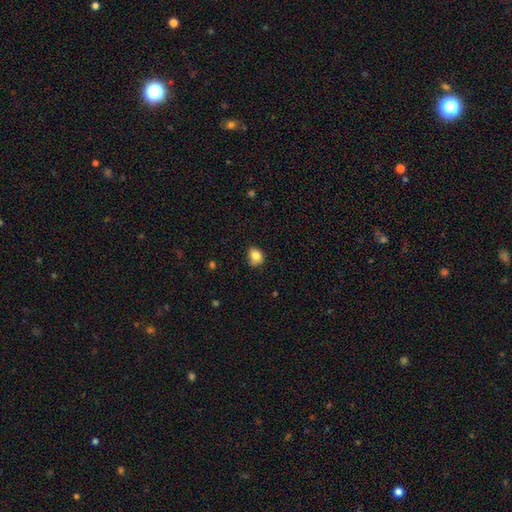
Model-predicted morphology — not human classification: This appears to be a smooth galaxy with no disk features (83%) that is round (62%). Merging: none (68%).